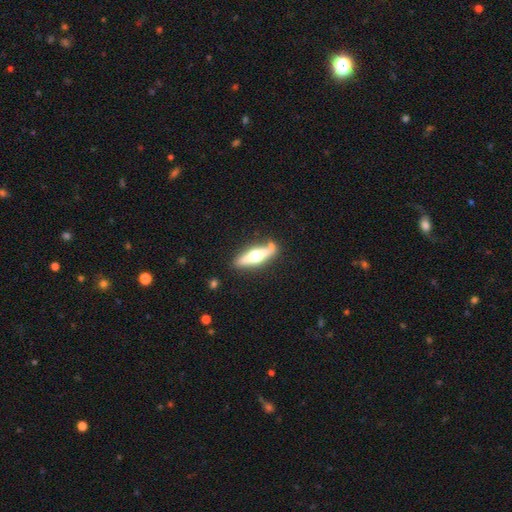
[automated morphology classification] featured or disk 64%, smooth 31%, star or artifact 5%. Down the decision tree: edge-on disk — yes (91%); edge-on bulge — rounded (95%); merging — none (78%).